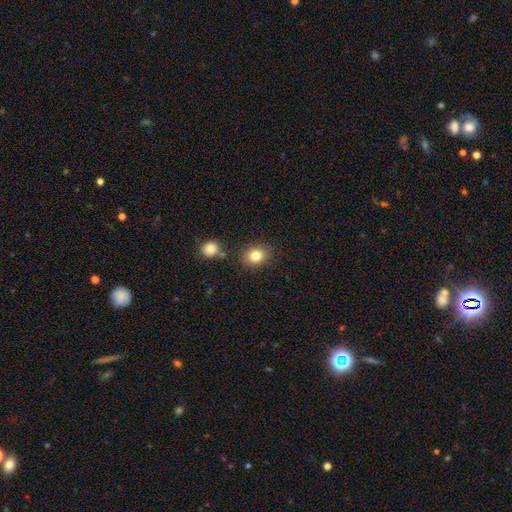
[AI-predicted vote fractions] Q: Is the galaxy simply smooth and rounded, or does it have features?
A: smooth — 82%.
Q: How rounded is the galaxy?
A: round — 52%.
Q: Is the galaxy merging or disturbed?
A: none — 81%.